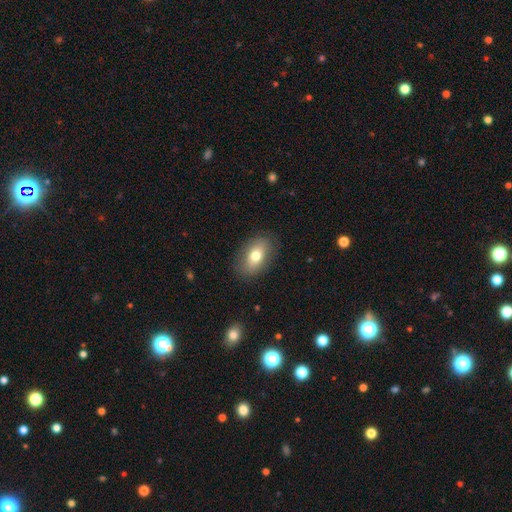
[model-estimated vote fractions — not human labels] Morphology: type=smooth (73%); roundness=in between (87%); merging=none (84%).